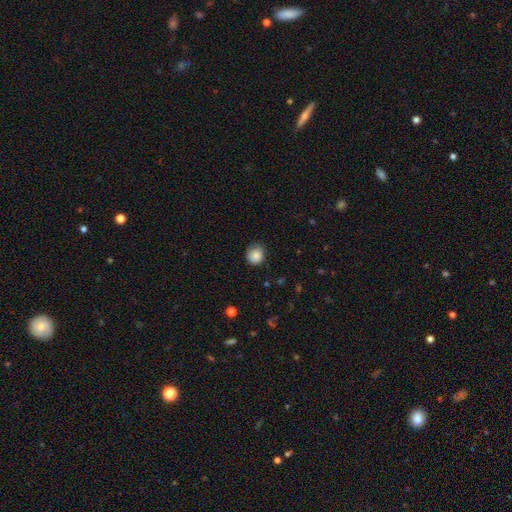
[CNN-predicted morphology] Smooth or featured? Predicted: smooth (p=0.86). How rounded? Predicted: round (p=0.81). Merging? Predicted: none (p=0.69).